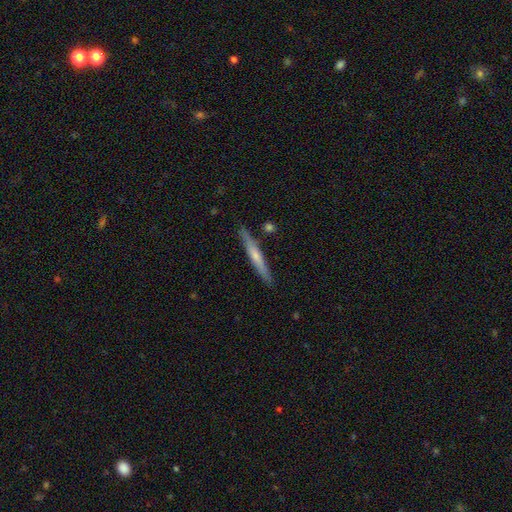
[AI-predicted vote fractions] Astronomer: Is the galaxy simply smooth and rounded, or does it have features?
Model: smooth — 50% (runner-up: featured or disk, 45%).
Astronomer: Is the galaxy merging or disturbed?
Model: none — 85%.